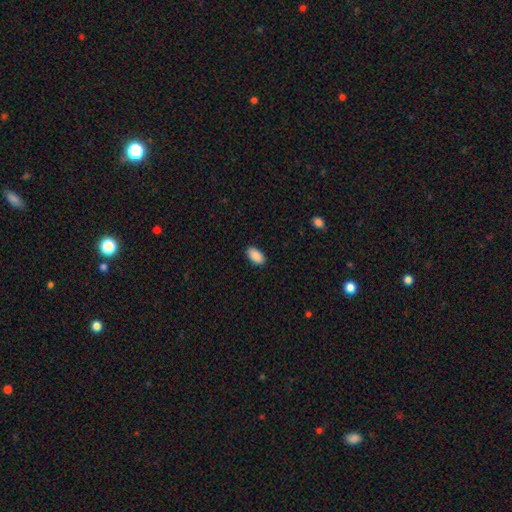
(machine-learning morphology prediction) Smooth or featured? Predicted: smooth (p=0.91). How rounded? Predicted: in between (p=0.94). Merging? Predicted: none (p=0.88).